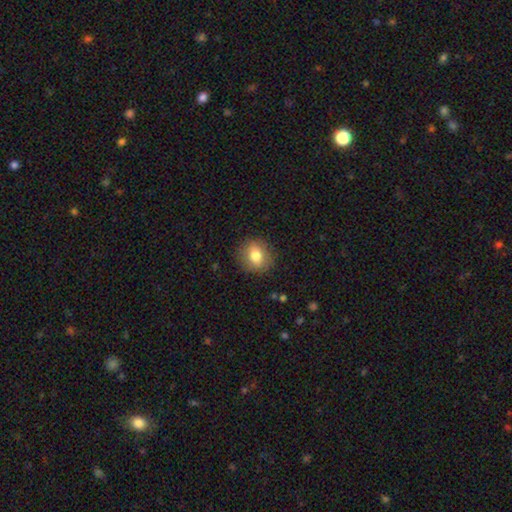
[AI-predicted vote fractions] This is likely a smooth galaxy (77%). How rounded: likely round (78%). Merging: clearly none (88%).